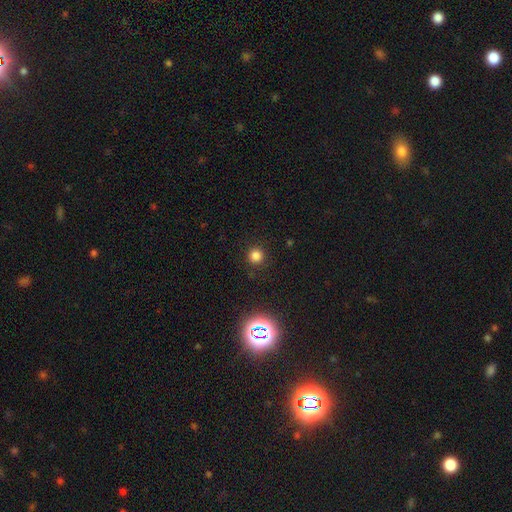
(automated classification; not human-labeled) Overall: smooth (78%). How rounded: round (95%). Merging: none (91%).